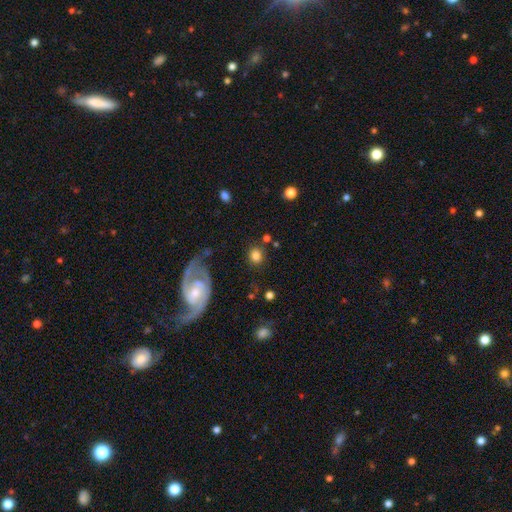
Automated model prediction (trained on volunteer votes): This appears to be a smooth galaxy with no disk features (75%) that is round (81%). Merging: none (79%).